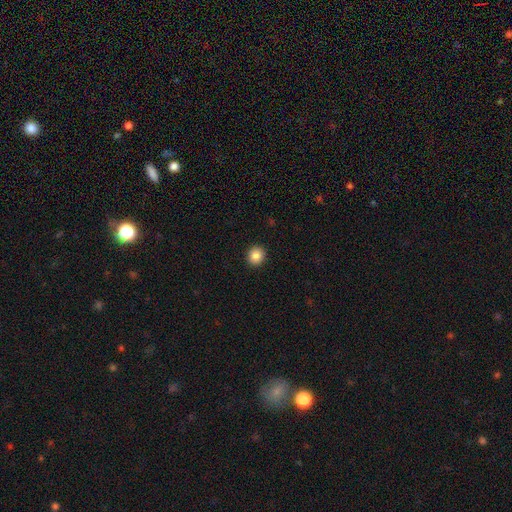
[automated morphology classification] This appears to be a smooth galaxy with no disk features (87%) that is round (87%). Merging: none (93%).